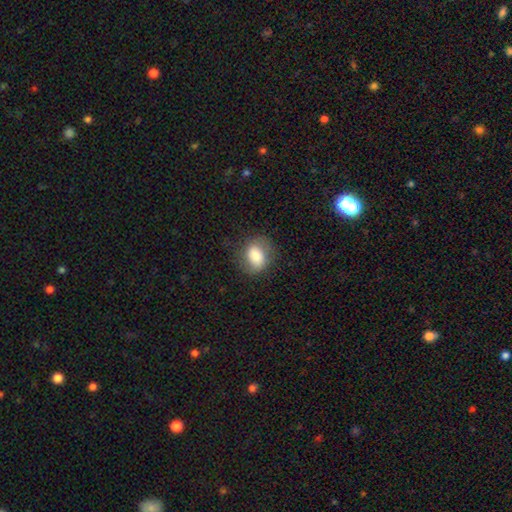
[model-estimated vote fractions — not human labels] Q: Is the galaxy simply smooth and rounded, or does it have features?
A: smooth — 76%.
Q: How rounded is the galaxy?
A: in between — 63%.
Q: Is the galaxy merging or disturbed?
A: none — 71%.